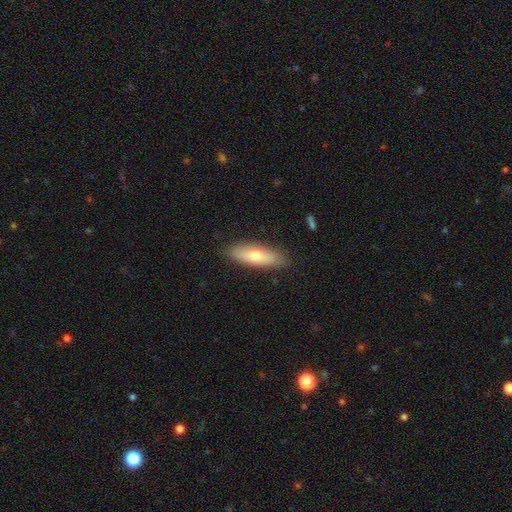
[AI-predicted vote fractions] Smooth or featured: smooth — 65% (featured or disk — 28%)
How rounded: in between — 57% (cigar-shaped — 41%)
Merging: none — 85% (minor disturbance — 12%)